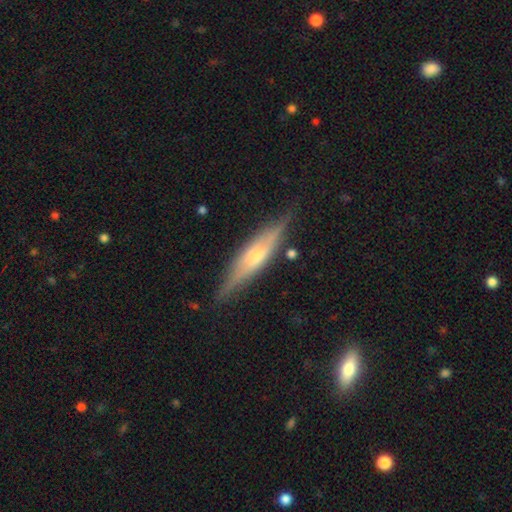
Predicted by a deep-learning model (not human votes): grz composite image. It shows a featured or disk galaxy (65%) viewed edge-on (93%) with a rounded central bulge (65%). Merging: none (82%).